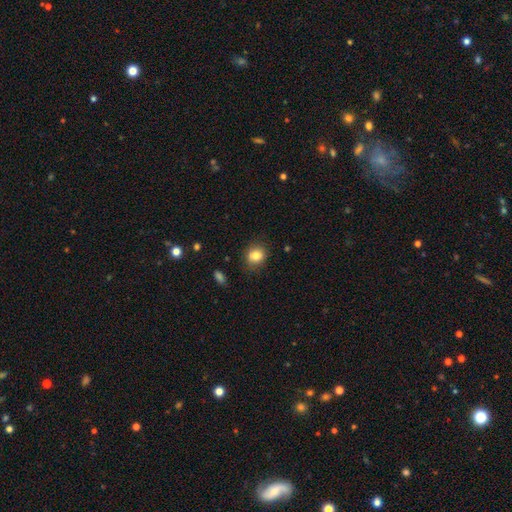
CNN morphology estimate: type=smooth (81%); roundness=round (74%); merging=none (77%).